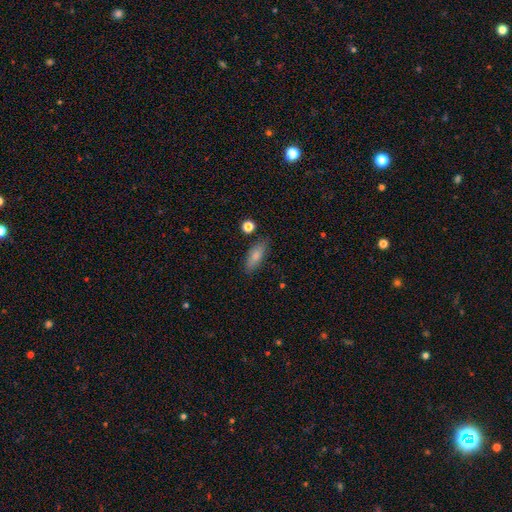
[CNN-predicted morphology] A smooth galaxy with no disk features (80%) that is in between round and cigar-shaped (69%). Merging: none (80%).